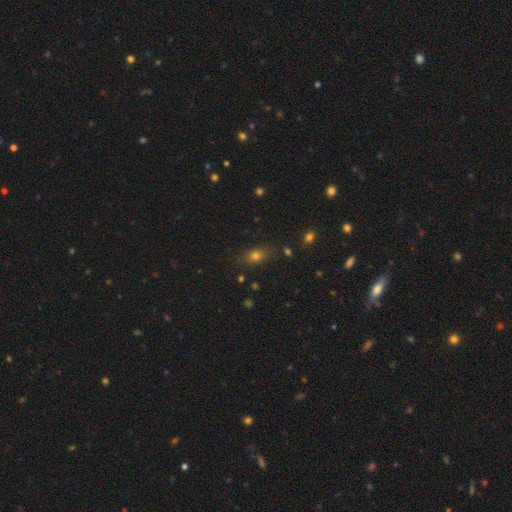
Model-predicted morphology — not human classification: This is likely a smooth galaxy (70%). How rounded: likely in between (66%). Merging: likely none (80%).